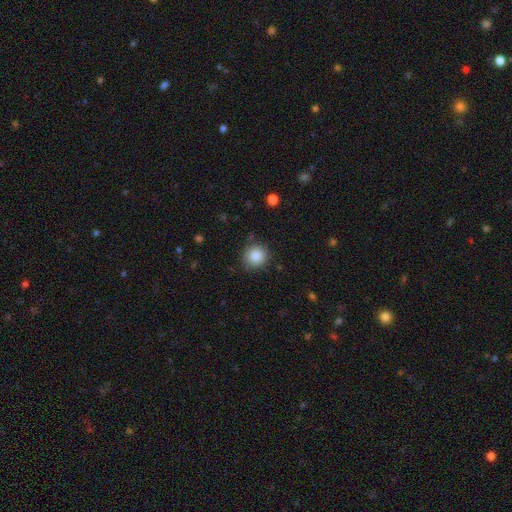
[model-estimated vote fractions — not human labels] Smooth or featured: smooth — 86% (star or artifact — 9%)
How rounded: round — 92% (in between — 7%)
Merging: none — 84% (minor disturbance — 11%)